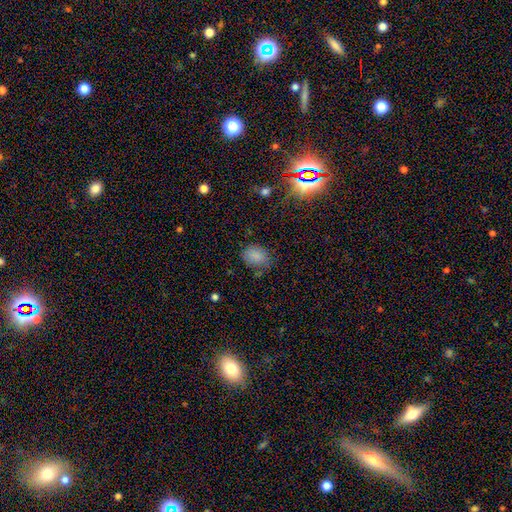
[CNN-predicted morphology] This is clearly a smooth galaxy (81%). How rounded: likely in between (68%). Merging: likely none (64%).